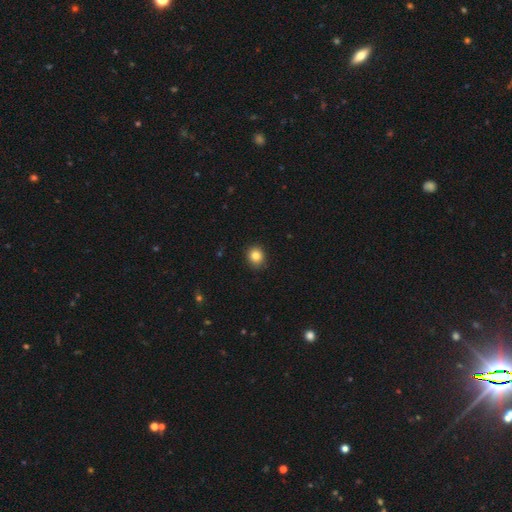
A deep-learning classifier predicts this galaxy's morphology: smooth-or-featured: smooth: 84% | star or artifact: 10% | featured or disk: 5%
  how-rounded: round: 80% | in between: 19% | cigar-shaped: 1%
  merging: none: 90% | minor disturbance: 7% | major disturbance: 2% | merger: 1%